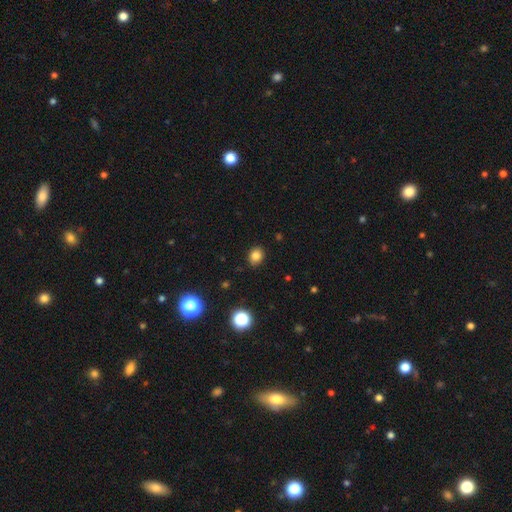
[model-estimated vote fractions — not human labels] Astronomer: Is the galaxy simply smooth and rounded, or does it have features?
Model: smooth — 82%.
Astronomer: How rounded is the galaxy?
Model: round — 60% (runner-up: in between, 39%).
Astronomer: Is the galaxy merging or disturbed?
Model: none — 88%.